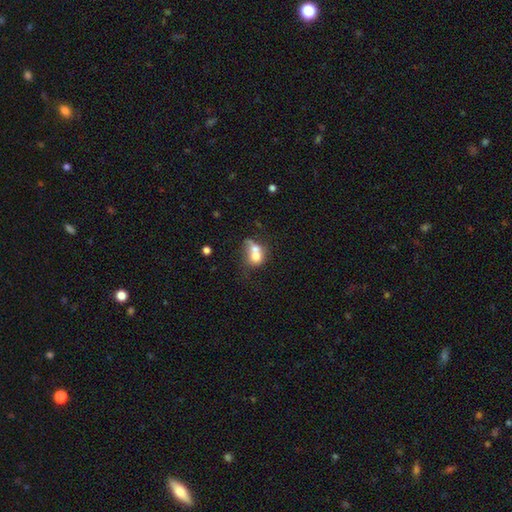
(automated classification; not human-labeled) Q: Smooth or featured?
A: smooth (65%); runner-up: featured or disk (25%)
Q: How rounded?
A: round (51%); runner-up: in between (47%)
Q: Merging?
A: merger (64%); runner-up: none (18%)